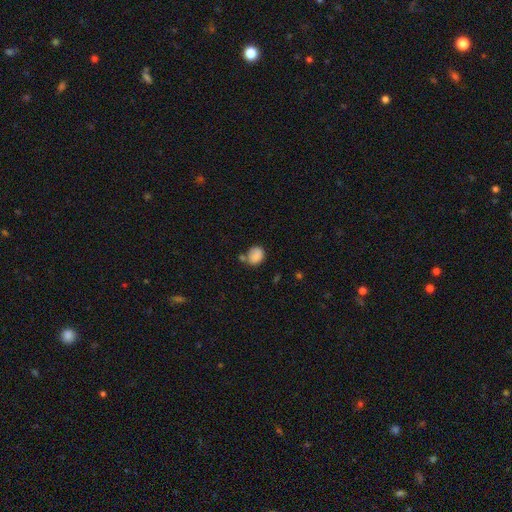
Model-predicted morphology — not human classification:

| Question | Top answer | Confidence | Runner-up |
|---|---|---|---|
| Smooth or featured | smooth | 85% | star or artifact (9%) |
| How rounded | round | 54% | in between (45%) |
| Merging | none | 54% | merger (20%) |